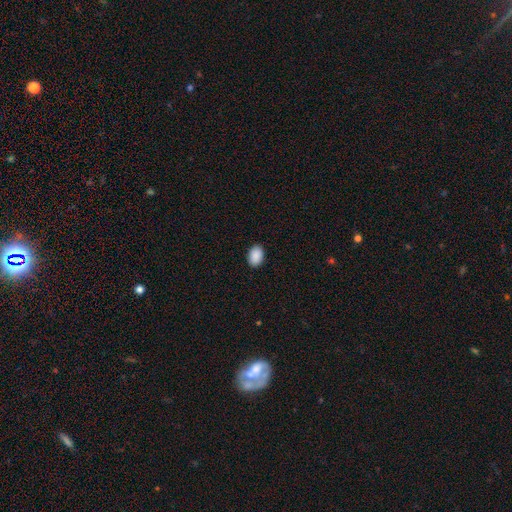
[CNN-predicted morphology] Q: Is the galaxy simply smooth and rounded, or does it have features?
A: smooth — 91%.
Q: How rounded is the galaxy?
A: in between — 86%.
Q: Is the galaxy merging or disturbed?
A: none — 90%.